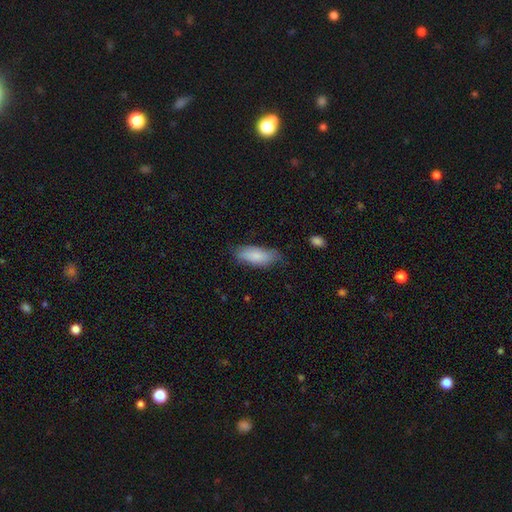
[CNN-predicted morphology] Smooth or featured? Predicted: smooth (p=0.82). How rounded? Predicted: in between (p=0.72). Merging? Predicted: none (p=0.70).